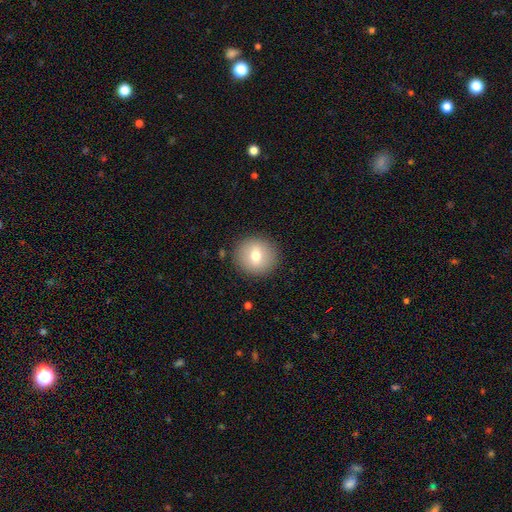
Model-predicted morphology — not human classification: Q: Smooth or featured?
A: smooth (72%); runner-up: featured or disk (19%)
Q: How rounded?
A: round (93%); runner-up: in between (6%)
Q: Merging?
A: none (89%); runner-up: minor disturbance (7%)